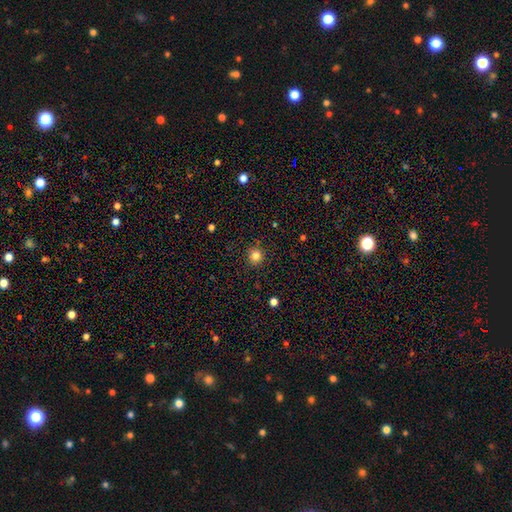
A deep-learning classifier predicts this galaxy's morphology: Q: Smooth or featured?
A: smooth (82%); runner-up: star or artifact (13%)
Q: How rounded?
A: round (93%); runner-up: in between (6%)
Q: Merging?
A: none (90%); runner-up: minor disturbance (7%)